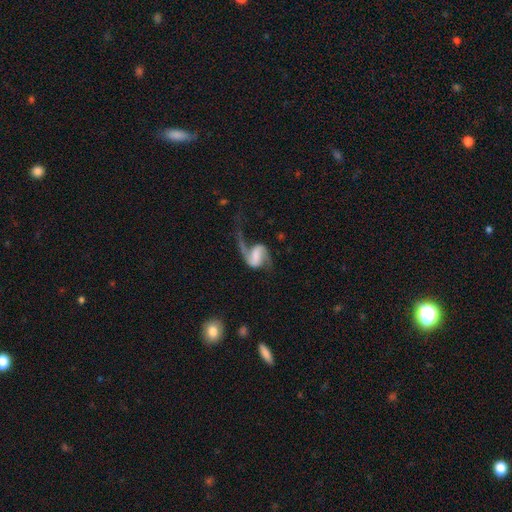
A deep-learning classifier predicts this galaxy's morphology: Smooth or featured: featured or disk — 82% (smooth — 12%)
Edge-on disk: no — 98% (yes — 2%)
Bar: weak — 40% (tied with strong — 40%)
Spiral arms: yes — 95% (no — 5%)
Spiral winding: loose — 68% (medium — 26%)
Spiral arm count: 2 — 79% (1 — 16%)
Bulge size: none — 44% (small — 18%)
Merging: none — 44% (major disturbance — 36%)